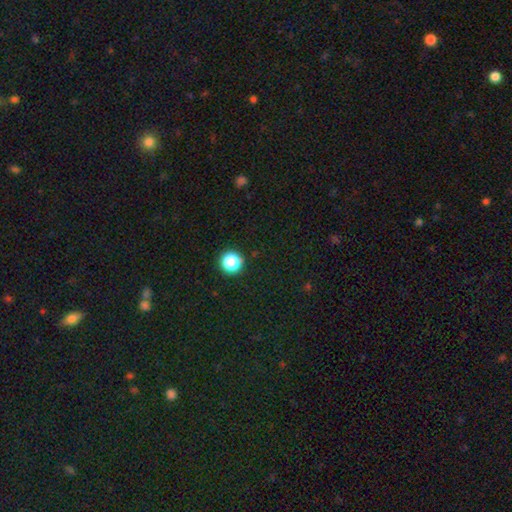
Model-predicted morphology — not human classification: The model was most divided on "smooth or featured": star or artifact: 57%, smooth: 36%, featured or disk: 7%.